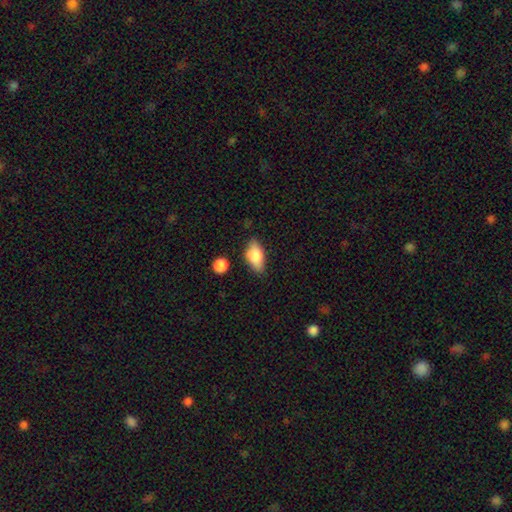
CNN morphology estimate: This is clearly a smooth galaxy (80%). How rounded: clearly in between (88%). Merging: likely none (74%).